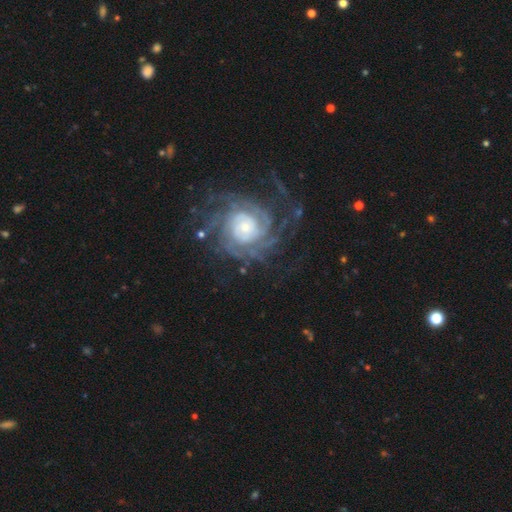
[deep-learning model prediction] Smooth or featured? Predicted: featured or disk (p=0.77). Edge-on disk? Predicted: no (p=0.97). Bar? Predicted: no (p=0.73). Spiral arms? Predicted: yes (p=0.93). Spiral winding? Predicted: tight (p=0.62). Spiral arm count? Predicted: can't tell (p=0.33). Bulge size? Predicted: moderate (p=0.42). Merging? Predicted: none (p=0.73).